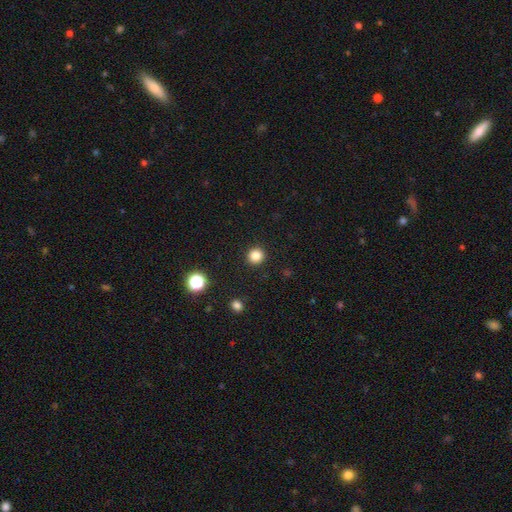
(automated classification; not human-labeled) smooth_or_featured: smooth (p=0.83) [alt: star or artifact p=0.13]
how_rounded: round (p=0.94) [alt: in between p=0.05]
merging: none (p=0.93) [alt: minor disturbance p=0.05]